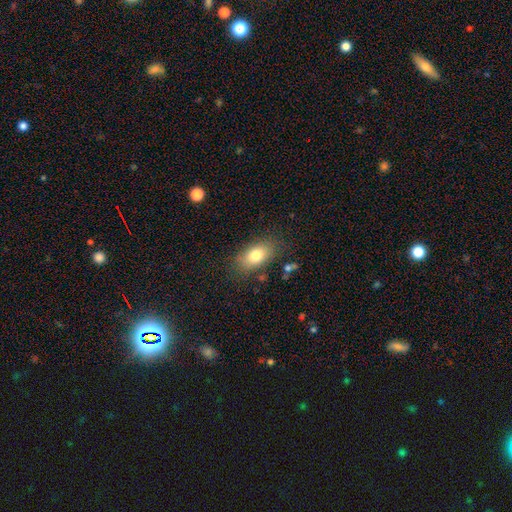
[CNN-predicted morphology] type=smooth (79%); roundness=in between (88%); merging=none (81%).